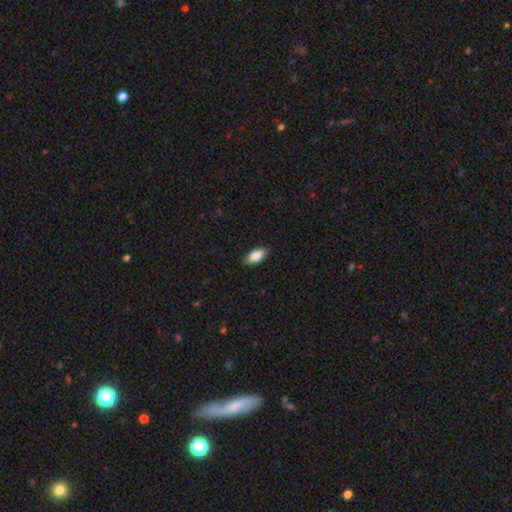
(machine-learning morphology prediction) smooth 84%, featured or disk 10%, star or artifact 7%. Down the decision tree: how rounded — in between (88%); merging — none (87%).